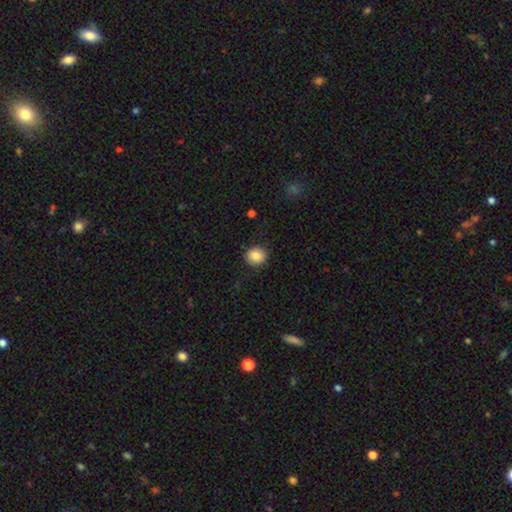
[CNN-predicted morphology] smooth-or-featured: smooth: 85% | star or artifact: 9% | featured or disk: 5%
  how-rounded: round: 87% | in between: 12% | cigar-shaped: 1%
  merging: none: 90% | minor disturbance: 7% | major disturbance: 2% | merger: 1%